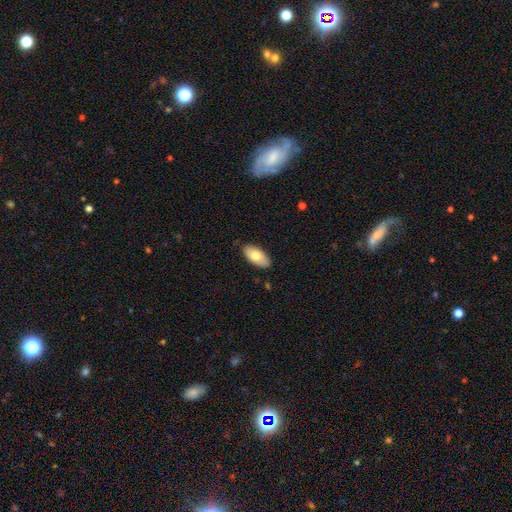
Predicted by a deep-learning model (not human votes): Overall: smooth (74%). How rounded: in between (94%). Merging: none (86%).